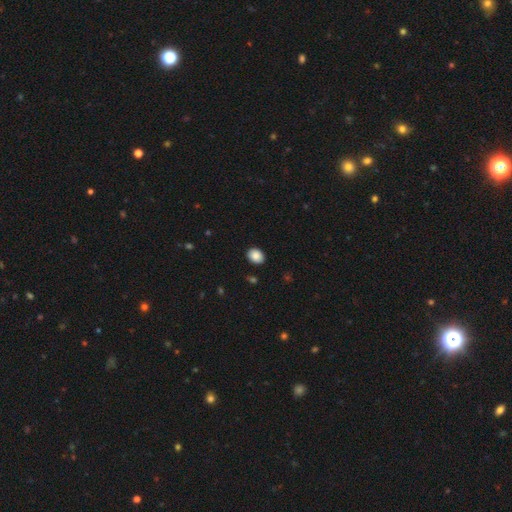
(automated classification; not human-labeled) Smooth or featured: smooth — 88% (star or artifact — 8%)
How rounded: in between — 56% (round — 43%)
Merging: none — 89% (minor disturbance — 8%)